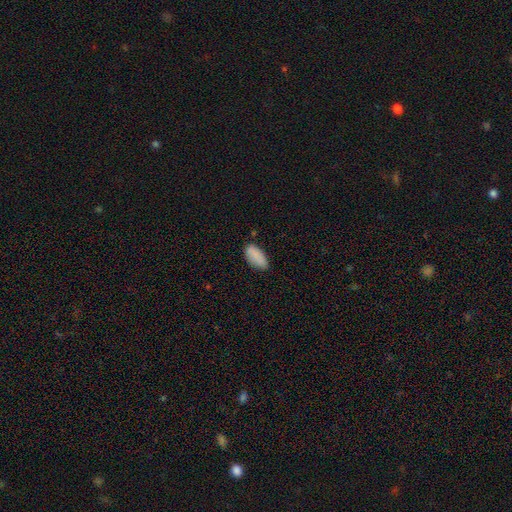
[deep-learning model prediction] smooth 87%, star or artifact 7%, featured or disk 5%. Down the decision tree: how rounded — in between (91%); merging — none (76%).